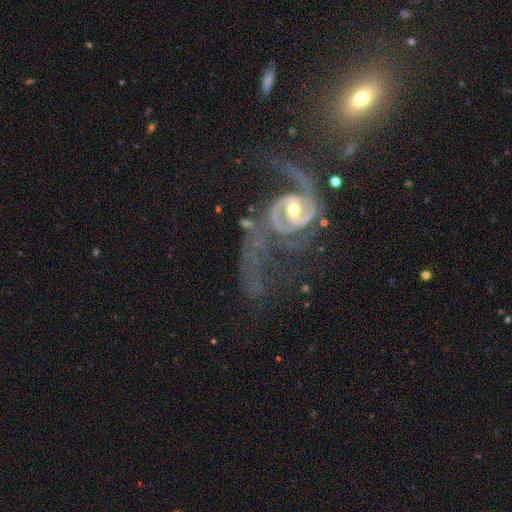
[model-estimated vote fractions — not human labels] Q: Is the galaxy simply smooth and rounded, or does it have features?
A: featured or disk — 85%.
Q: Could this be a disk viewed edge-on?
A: no — 97%.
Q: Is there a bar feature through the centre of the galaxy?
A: no — 54%.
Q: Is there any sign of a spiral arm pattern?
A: yes — 92%.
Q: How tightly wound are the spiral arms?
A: loose — 52%.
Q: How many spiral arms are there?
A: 2 — 75%.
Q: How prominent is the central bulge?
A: small — 45%.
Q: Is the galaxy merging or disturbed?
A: major disturbance — 38%.